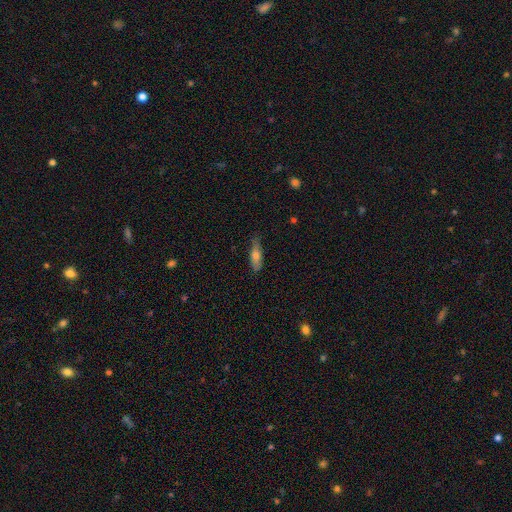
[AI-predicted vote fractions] Smooth or featured? Predicted: smooth (p=0.64). How rounded? Predicted: cigar-shaped (p=0.53). Merging? Predicted: none (p=0.70).